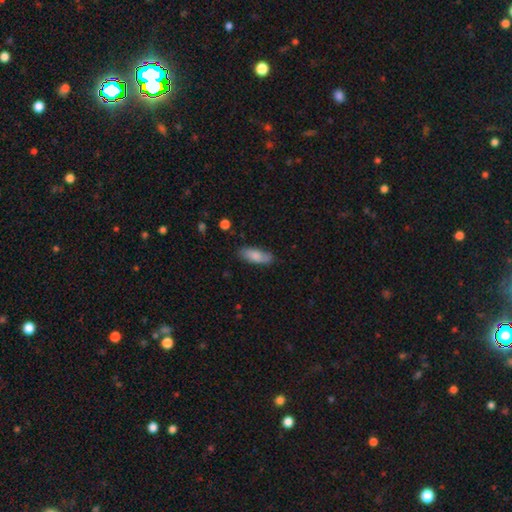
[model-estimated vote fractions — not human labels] The model was most divided on "how rounded": in between: 74%, cigar-shaped: 24%, round: 2%. More confident: smooth or featured — smooth (80%); merging — none (78%).